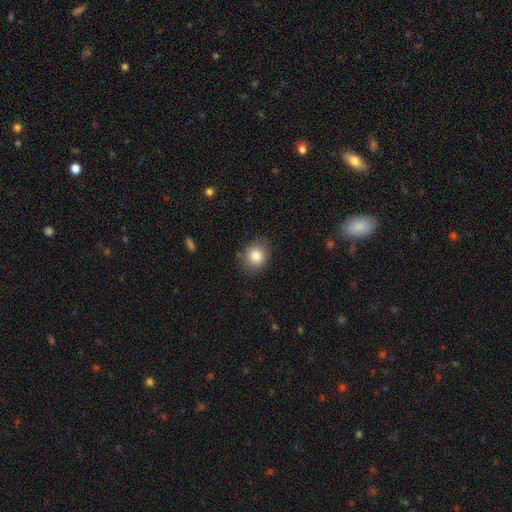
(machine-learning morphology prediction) This is clearly a smooth galaxy (83%). How rounded: likely round (67%). Merging: clearly none (84%).